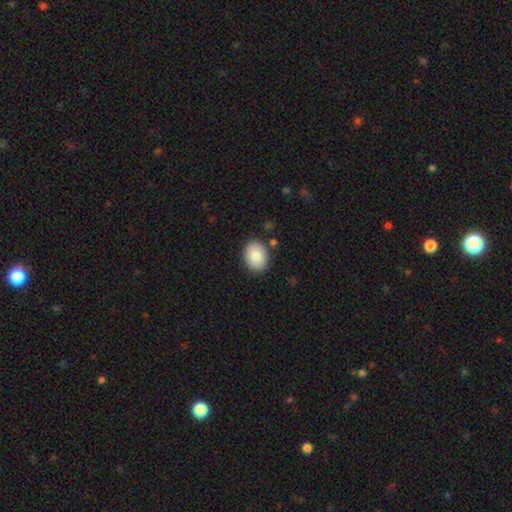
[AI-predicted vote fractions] A smooth galaxy with no disk features (84%) that is in between round and cigar-shaped (66%). Merging: none (86%).